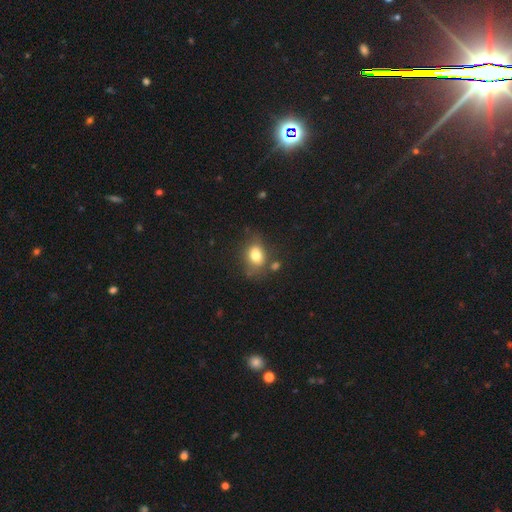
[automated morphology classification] This appears to be a smooth galaxy with no disk features (77%) that is in between round and cigar-shaped (66%). Merging: none (65%).